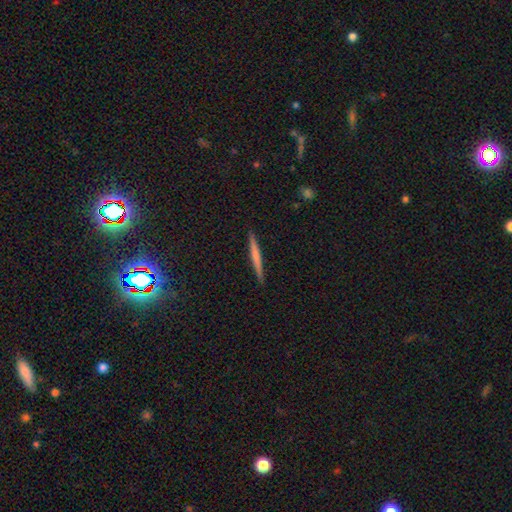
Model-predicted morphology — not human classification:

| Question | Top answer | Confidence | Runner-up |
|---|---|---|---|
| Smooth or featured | smooth | 55% | featured or disk (38%) |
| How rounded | cigar-shaped | 96% | in between (2%) |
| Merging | none | 91% | minor disturbance (6%) |